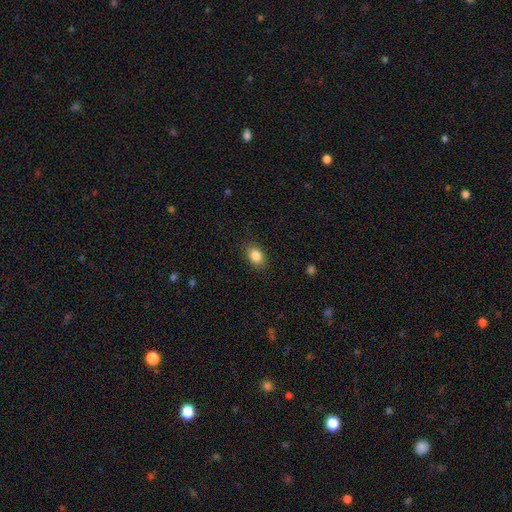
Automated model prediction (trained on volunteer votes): smooth 87%, star or artifact 9%, featured or disk 5%. Down the decision tree: how rounded — in between (76%); merging — none (87%).